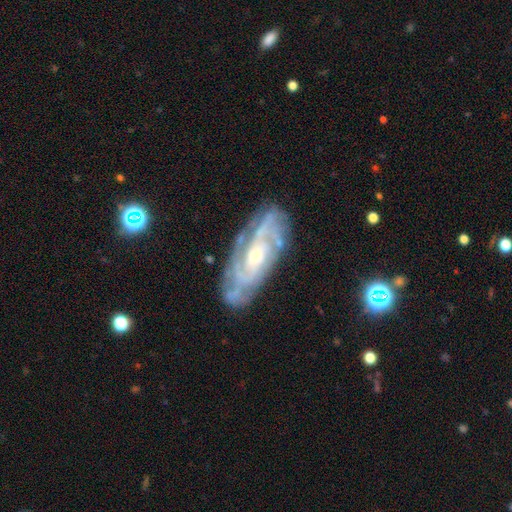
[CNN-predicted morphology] The model was most divided on "bulge size": moderate: 48%, small: 44%, large: 5%, none: 3%, dominant: 1%. Remaining: spiral arms — yes (96%); edge-on disk — no (92%); smooth or featured — featured or disk (86%); merging — none (77%); spiral winding — tight (65%); bar — no (61%); spiral arm count — can't tell (32%).